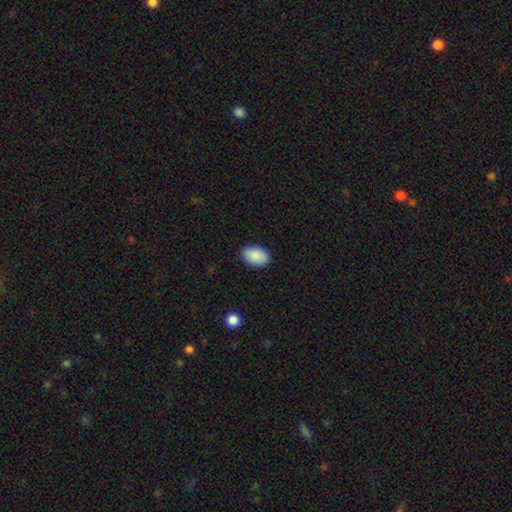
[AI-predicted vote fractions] Q: Smooth or featured?
A: smooth (89%); runner-up: star or artifact (6%)
Q: How rounded?
A: in between (89%); runner-up: round (10%)
Q: Merging?
A: none (86%); runner-up: minor disturbance (11%)